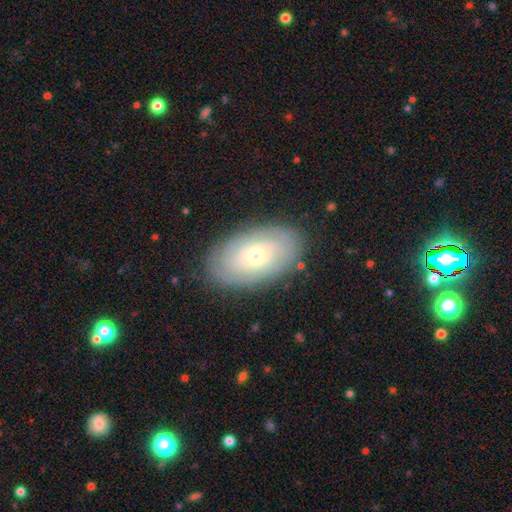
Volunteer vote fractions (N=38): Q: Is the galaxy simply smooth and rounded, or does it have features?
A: featured or disk — 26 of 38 (68%).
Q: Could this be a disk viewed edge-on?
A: no — 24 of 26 (92%).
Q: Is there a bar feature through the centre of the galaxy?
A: no — 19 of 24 (79%).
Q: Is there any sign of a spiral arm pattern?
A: yes — 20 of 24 (83%).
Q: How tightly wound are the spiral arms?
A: tight — 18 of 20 (90%).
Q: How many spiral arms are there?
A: can't tell — 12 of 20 (60%).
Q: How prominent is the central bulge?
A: small — 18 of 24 (75%).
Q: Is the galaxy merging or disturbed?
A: none — 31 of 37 (84%).